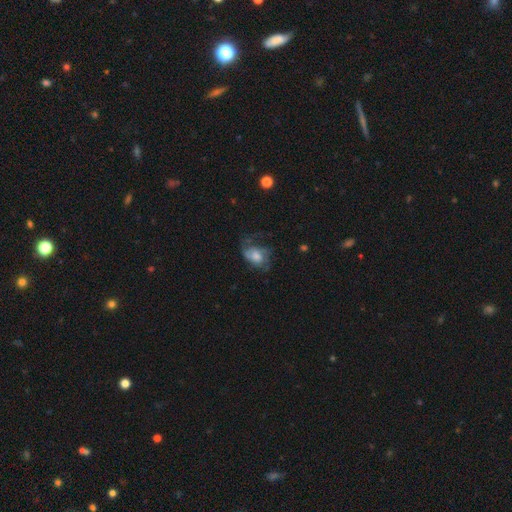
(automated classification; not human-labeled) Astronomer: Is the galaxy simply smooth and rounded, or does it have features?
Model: featured or disk — 47% (runner-up: smooth, 43%).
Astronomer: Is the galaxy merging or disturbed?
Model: none — 40% (runner-up: major disturbance, 33%).